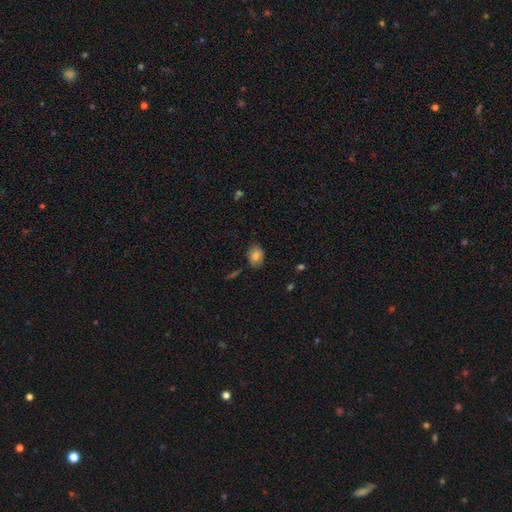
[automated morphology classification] type=smooth (80%); roundness=in between (71%); merging=none (82%).